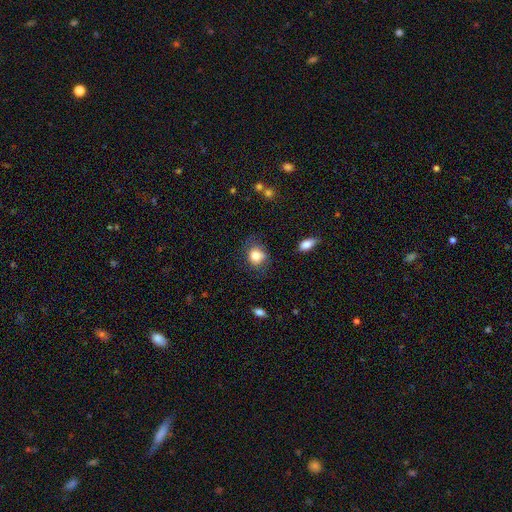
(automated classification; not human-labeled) Overall: smooth (82%). How rounded: round (70%). Merging: none (66%).